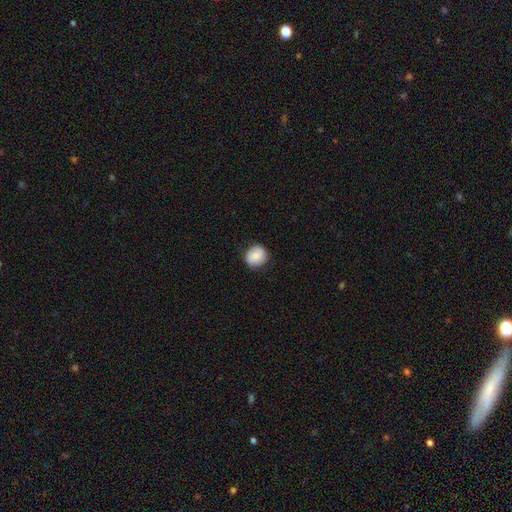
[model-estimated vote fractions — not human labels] Smooth or featured? Predicted: smooth (p=0.76). How rounded? Predicted: round (p=0.86). Merging? Predicted: none (p=0.84).